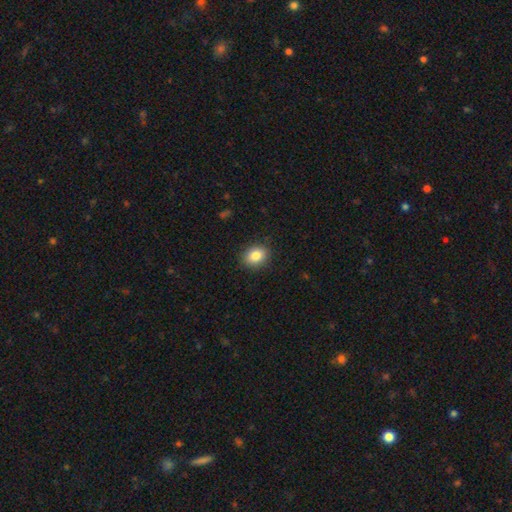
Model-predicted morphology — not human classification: smooth_or_featured: smooth (p=0.85) [alt: star or artifact p=0.09]
how_rounded: in between (p=0.59) [alt: round p=0.40]
merging: none (p=0.89) [alt: minor disturbance p=0.08]